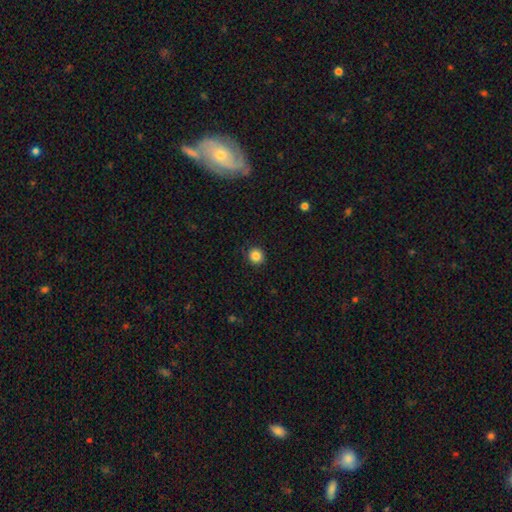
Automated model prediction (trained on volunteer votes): A smooth galaxy with no disk features (84%) that is round (92%). Merging: none (89%).